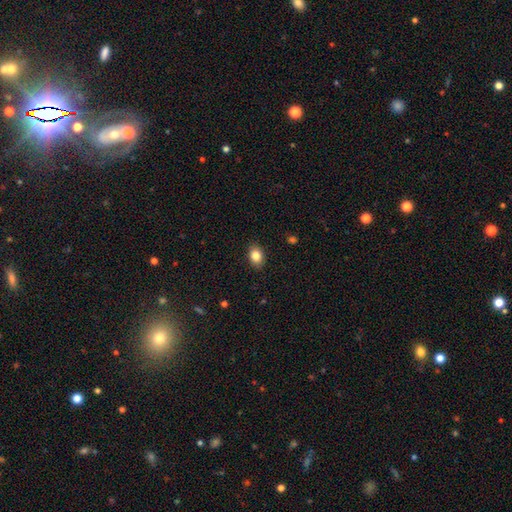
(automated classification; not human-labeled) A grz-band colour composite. It shows a smooth galaxy with no disk features (84%) that is in between round and cigar-shaped (74%). Merging: none (88%).